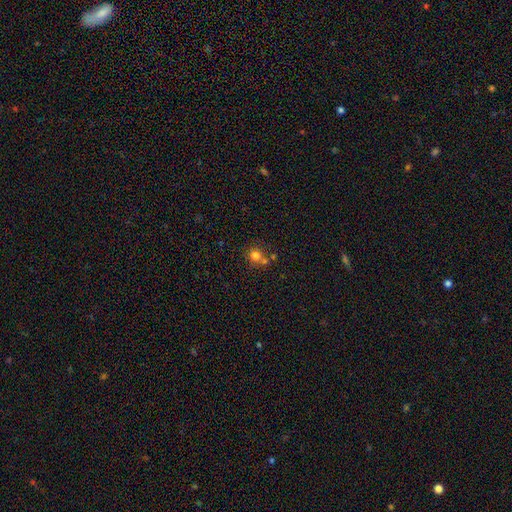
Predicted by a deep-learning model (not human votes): Smooth or featured? smooth (76%)
How rounded? round (88%)
Merging? none (55%)